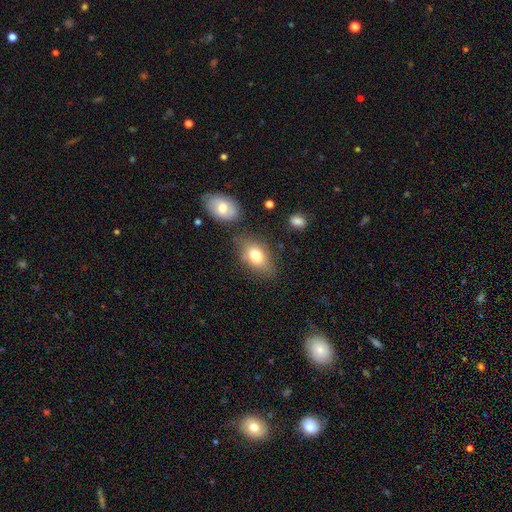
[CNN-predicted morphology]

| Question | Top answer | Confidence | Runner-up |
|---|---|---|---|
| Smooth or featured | smooth | 75% | featured or disk (16%) |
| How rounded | in between | 84% | round (14%) |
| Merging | none | 69% | minor disturbance (18%) |